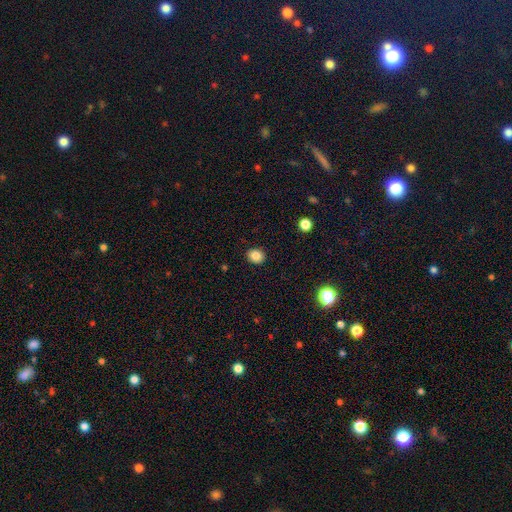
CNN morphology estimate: smooth 85%, star or artifact 10%, featured or disk 5%. Down the decision tree: how rounded — round (66%); merging — none (91%).